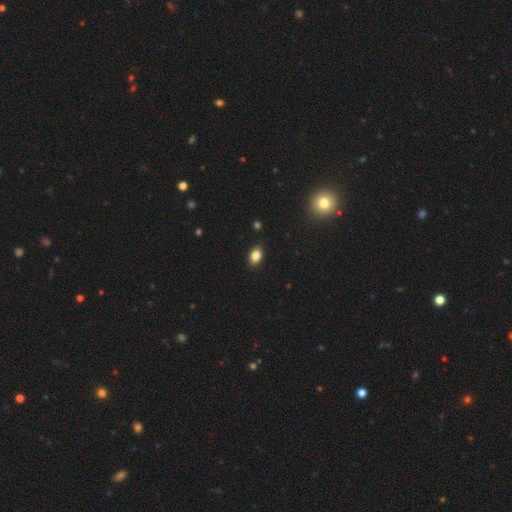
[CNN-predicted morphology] smooth_or_featured: smooth (p=0.83) [alt: star or artifact p=0.10]
how_rounded: in between (p=0.85) [alt: round p=0.13]
merging: none (p=0.88) [alt: minor disturbance p=0.09]